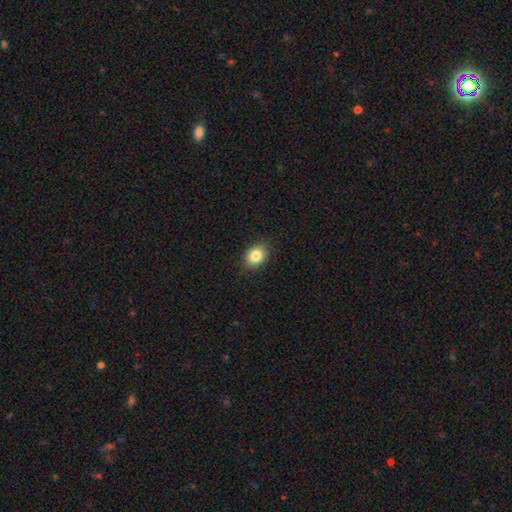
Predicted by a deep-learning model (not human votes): smooth-or-featured: smooth: 84% | star or artifact: 9% | featured or disk: 7%
  how-rounded: in between: 70% | round: 29% | cigar-shaped: 1%
  merging: none: 87% | minor disturbance: 10% | major disturbance: 2% | merger: 1%